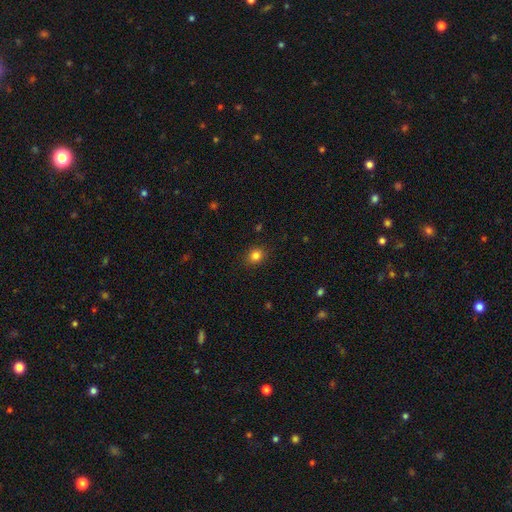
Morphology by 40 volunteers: smooth_or_featured: smooth (p=0.90) [alt: star or artifact p=0.07]
how_rounded: round (p=0.64) [alt: in between p=0.36]
merging: none (p=0.89) [alt: minor disturbance p=0.11]